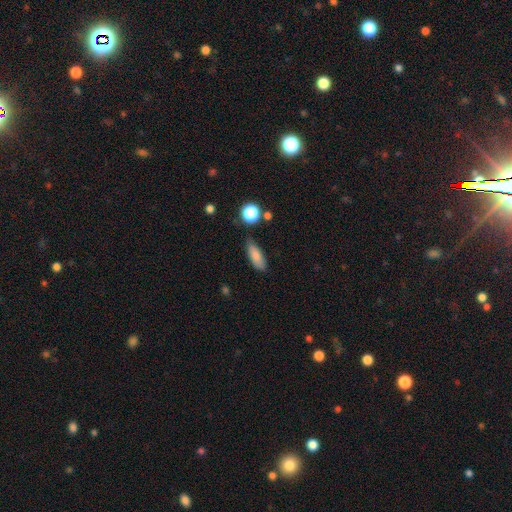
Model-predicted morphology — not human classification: smooth 83%, star or artifact 9%, featured or disk 8%. Down the decision tree: how rounded — in between (67%); merging — none (76%).